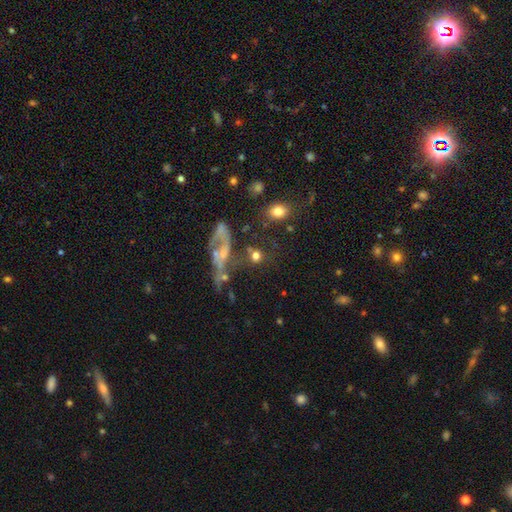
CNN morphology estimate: The model was most divided on "merging": none: 52%, merger: 20%, major disturbance: 15%, minor disturbance: 14%. More confident: how rounded — round (77%); smooth or featured — smooth (62%).